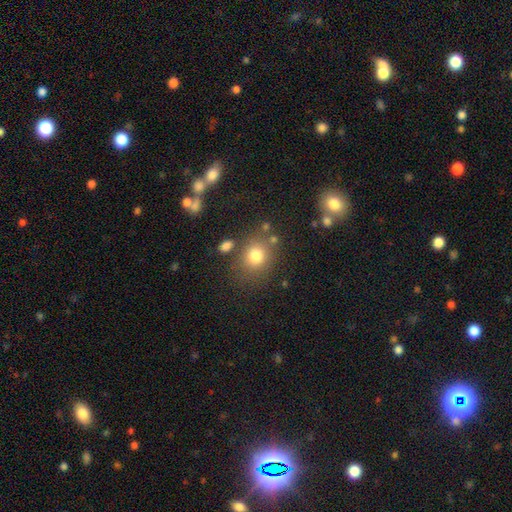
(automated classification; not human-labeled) Morphology: type=smooth (78%); roundness=round (65%); merging=none (73%).